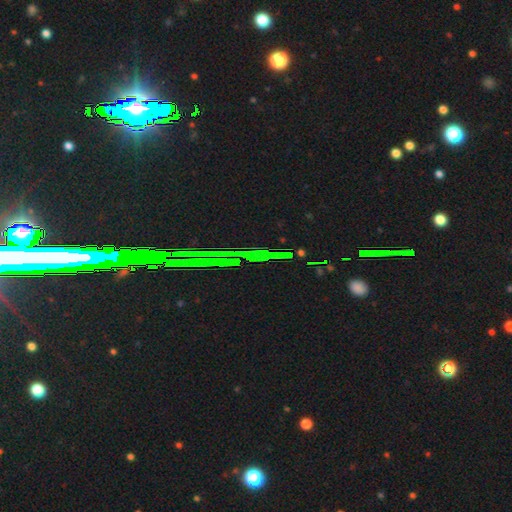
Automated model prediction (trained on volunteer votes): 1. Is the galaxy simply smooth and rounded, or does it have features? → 78% star or artifact, 12% featured or disk, 9% smooth.